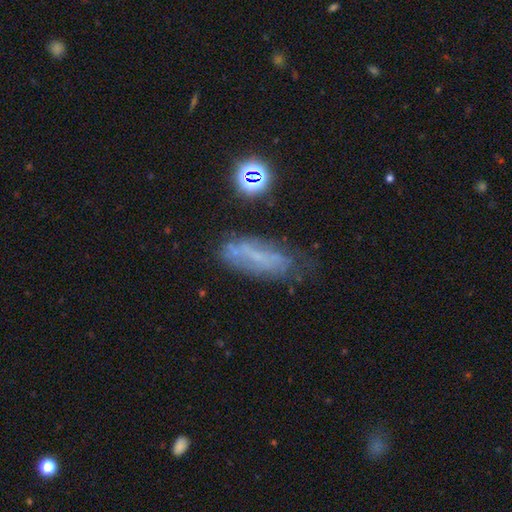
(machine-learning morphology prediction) Smooth or featured? featured or disk (42%)
Merging? none (56%)